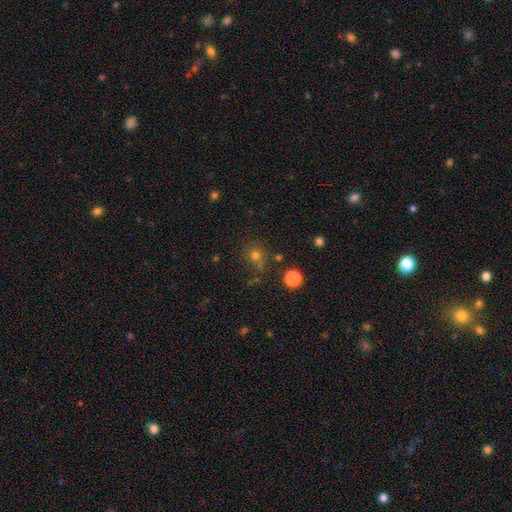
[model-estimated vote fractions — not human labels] The model was most divided on "smooth or featured": smooth: 65%, star or artifact: 26%, featured or disk: 8%. More confident: how rounded — round (88%); merging — none (71%).